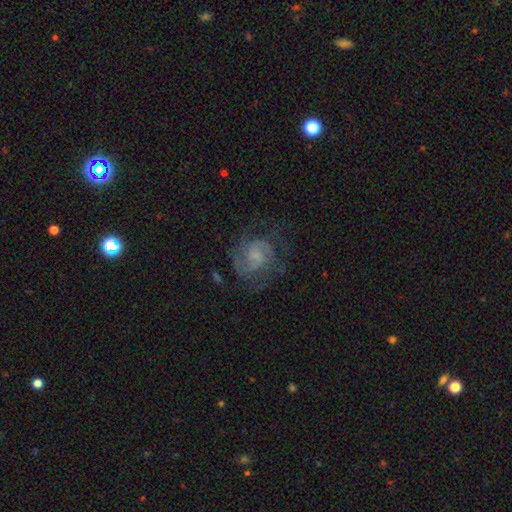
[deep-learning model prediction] Smooth or featured: featured or disk — 74% (smooth — 17%)
Edge-on disk: no — 98% (yes — 2%)
Bar: no — 54% (weak — 39%)
Spiral arms: yes — 92% (no — 8%)
Spiral winding: medium — 47% (tight — 38%)
Spiral arm count: 2 — 62% (can't tell — 18%)
Bulge size: none — 39% (small — 36%)
Merging: none — 65% (minor disturbance — 18%)